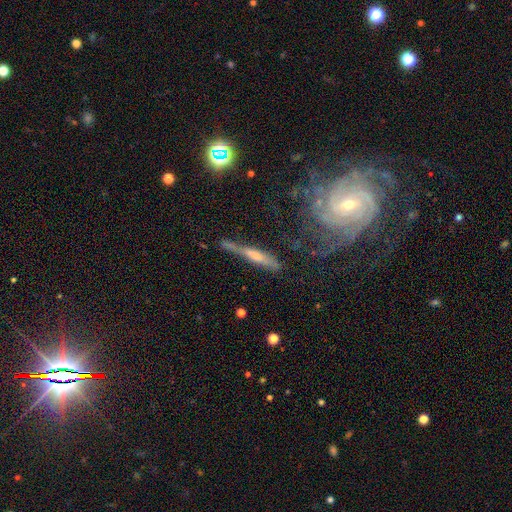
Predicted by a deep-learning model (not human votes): Smooth or featured?
  - featured or disk: 53% *
  - smooth: 38%
  - star or artifact: 9%
Edge-on disk?
  - yes: 81% *
  - no: 19%
Merging?
  - none: 52% *
  - minor disturbance: 26%
  - major disturbance: 15%
  - merger: 7%